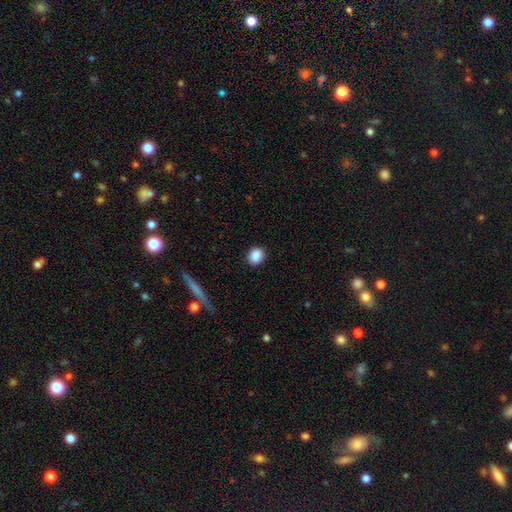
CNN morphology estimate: A smooth galaxy with no disk features (88%) that is round (65%). Merging: none (90%).